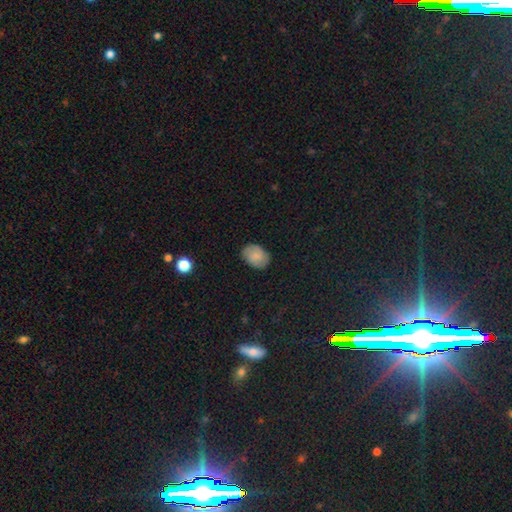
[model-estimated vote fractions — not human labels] Q: Smooth or featured?
A: smooth (78%); runner-up: featured or disk (13%)
Q: How rounded?
A: in between (76%); runner-up: round (23%)
Q: Merging?
A: none (83%); runner-up: minor disturbance (13%)